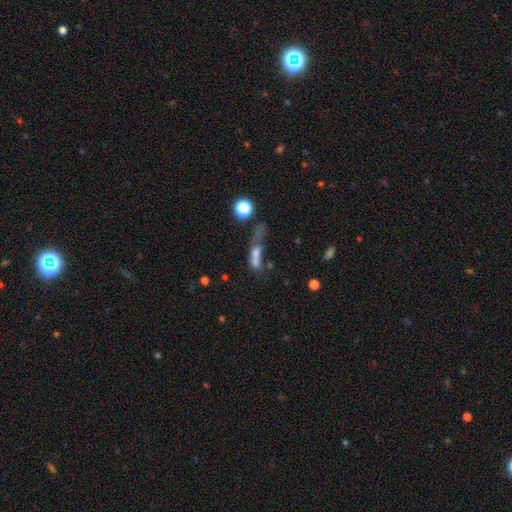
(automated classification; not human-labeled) smooth_or_featured: smooth (p=0.58) [alt: featured or disk p=0.23]
how_rounded: cigar-shaped (p=0.45) [alt: in between p=0.42]
merging: merger (p=0.32) [alt: major disturbance p=0.31]